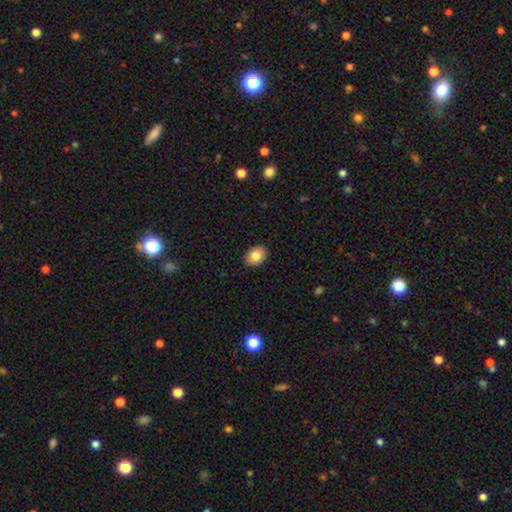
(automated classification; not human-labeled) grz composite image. It shows a smooth galaxy with no disk features (82%) that is in between round and cigar-shaped (66%). Merging: none (90%).